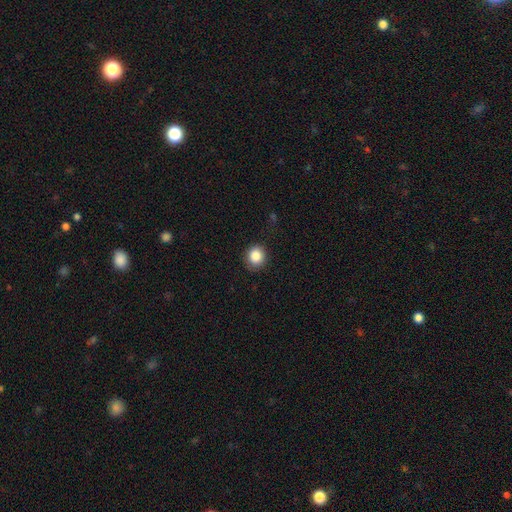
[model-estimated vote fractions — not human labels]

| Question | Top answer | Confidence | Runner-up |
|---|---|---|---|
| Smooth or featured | smooth | 86% | star or artifact (9%) |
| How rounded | round | 85% | in between (14%) |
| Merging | none | 85% | minor disturbance (11%) |